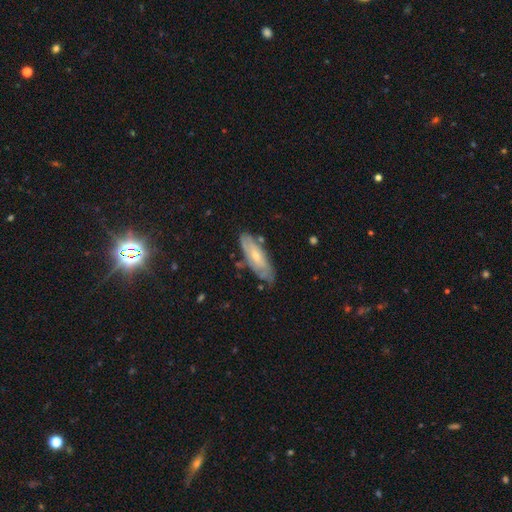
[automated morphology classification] This is possibly a featured or disk galaxy (52%). It is likely not viewed edge-on (73%). Merging: likely none (71%).